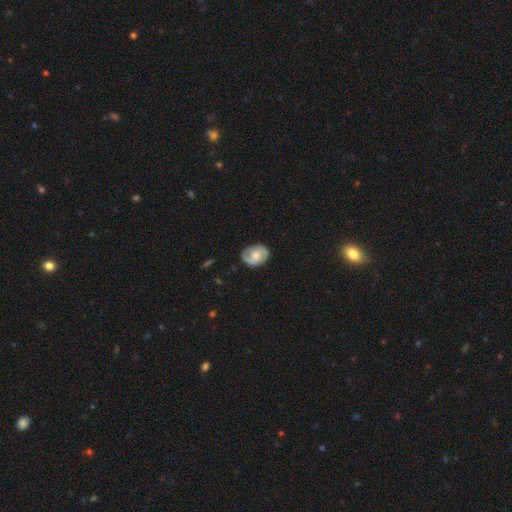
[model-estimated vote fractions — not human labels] A featured or disk galaxy (58%) with no bar (62%), spiral arms (84%) and a moderate central bulge (50%). Merging: none (77%).